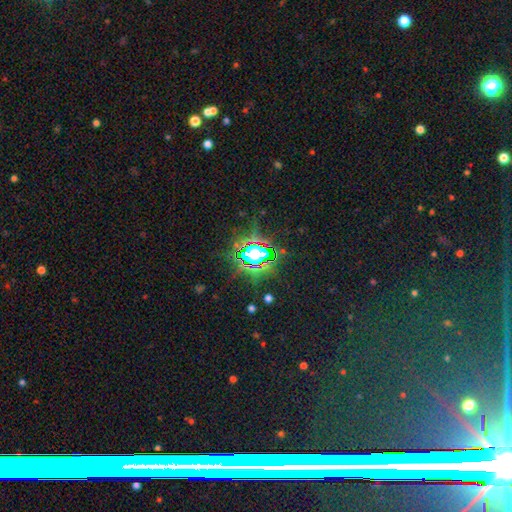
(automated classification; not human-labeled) Smooth or featured? Predicted: star or artifact (p=0.83).